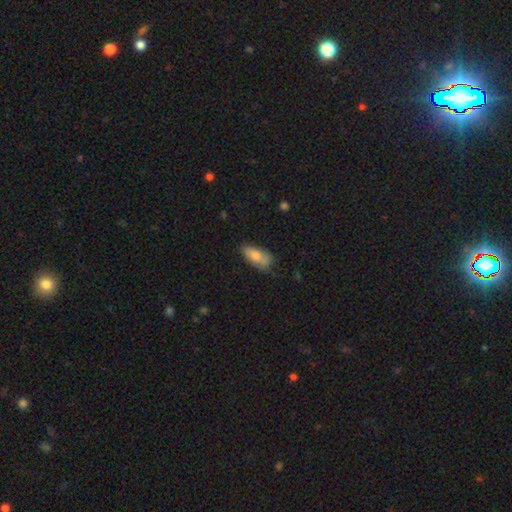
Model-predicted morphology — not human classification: smooth 74%, featured or disk 19%, star or artifact 7%. Down the decision tree: how rounded — in between (81%); merging — none (55%).